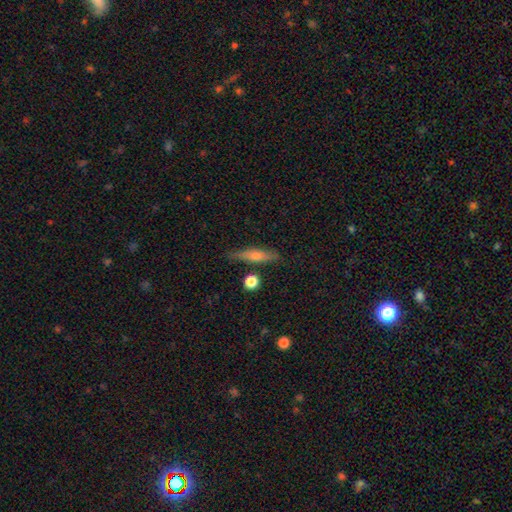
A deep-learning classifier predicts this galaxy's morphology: The model was most divided on "smooth or featured": featured or disk: 49%, smooth: 43%, star or artifact: 8%. More confident: merging — none (83%).